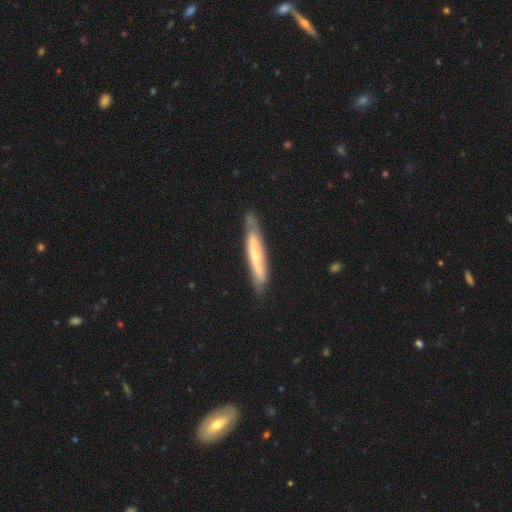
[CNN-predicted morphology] Smooth or featured: featured or disk — 59% (smooth — 36%)
Edge-on disk: yes — 66% (no — 34%)
Merging: none — 74% (minor disturbance — 20%)